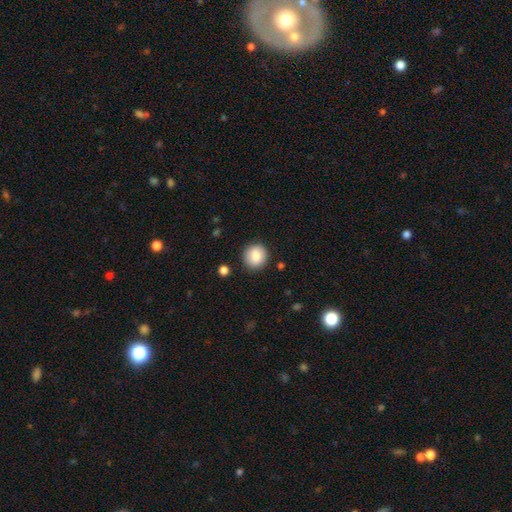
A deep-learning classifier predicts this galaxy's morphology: This is clearly a smooth galaxy (88%). How rounded: clearly round (91%). Merging: clearly none (89%).